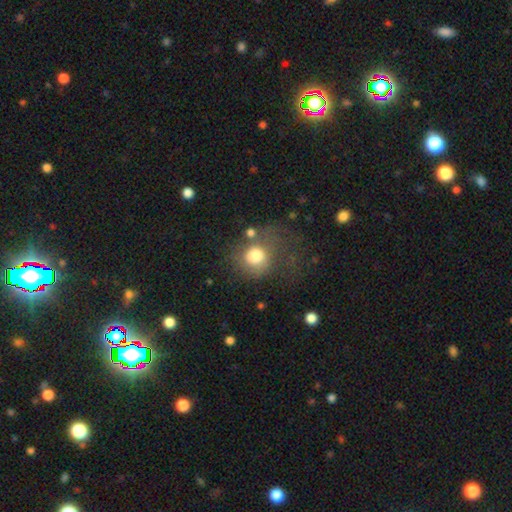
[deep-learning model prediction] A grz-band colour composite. It shows a smooth galaxy with no disk features (75%) that is round (81%). Merging: none (42%).